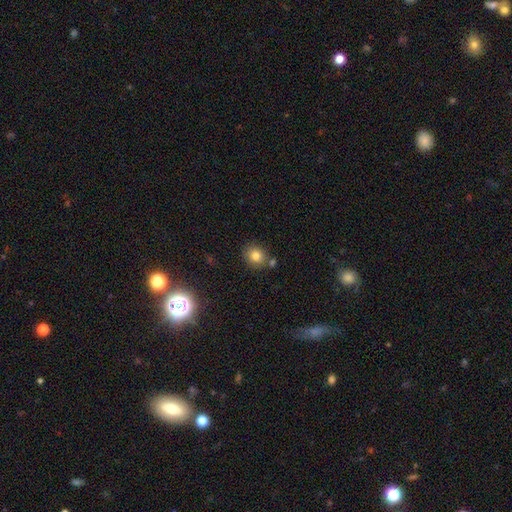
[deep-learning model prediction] A smooth galaxy with no disk features (81%) that is round (72%). Merging: none (73%).